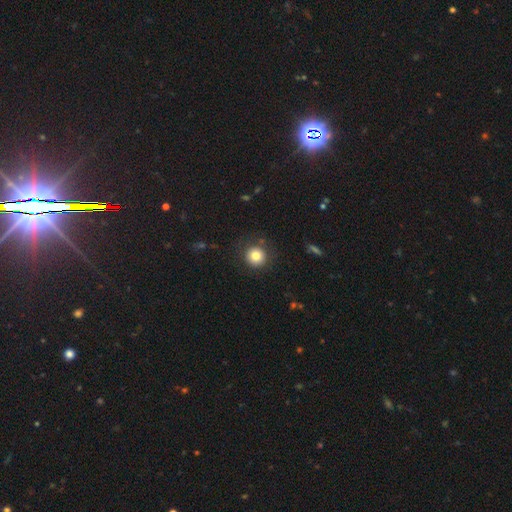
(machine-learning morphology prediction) Q: Smooth or featured?
A: smooth (81%); runner-up: star or artifact (11%)
Q: How rounded?
A: round (93%); runner-up: in between (6%)
Q: Merging?
A: none (86%); runner-up: minor disturbance (9%)